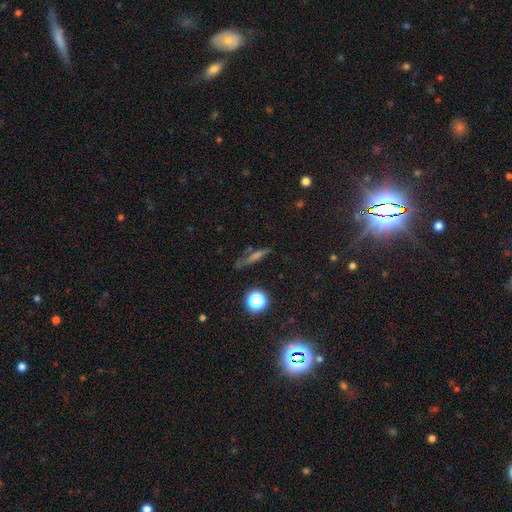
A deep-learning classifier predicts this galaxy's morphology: smooth 43%, star or artifact 29%, featured or disk 28%. Down the decision tree: merging — none (76%).